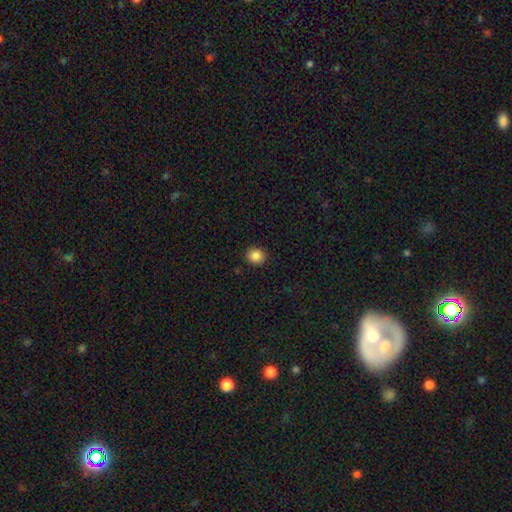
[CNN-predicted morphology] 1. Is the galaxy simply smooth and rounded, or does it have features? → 86% smooth, 10% star or artifact, 4% featured or disk.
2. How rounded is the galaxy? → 84% round, 15% in between, 1% cigar-shaped.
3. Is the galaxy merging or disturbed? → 92% none, 6% minor disturbance, 2% major disturbance, 1% merger.